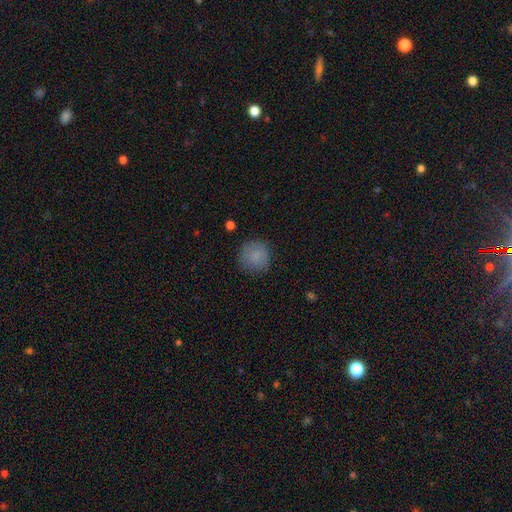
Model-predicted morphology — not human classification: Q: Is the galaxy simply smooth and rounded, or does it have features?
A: smooth — 84%.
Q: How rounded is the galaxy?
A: round — 92%.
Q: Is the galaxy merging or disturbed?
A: none — 83%.